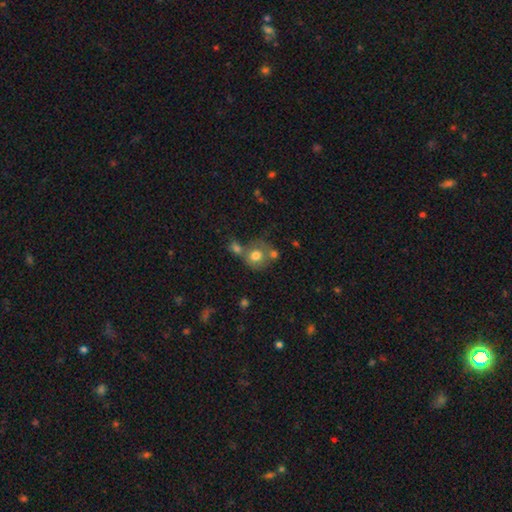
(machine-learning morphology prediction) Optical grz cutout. It shows a smooth galaxy with no disk features (73%) that is round (80%). Merging: none (44%).